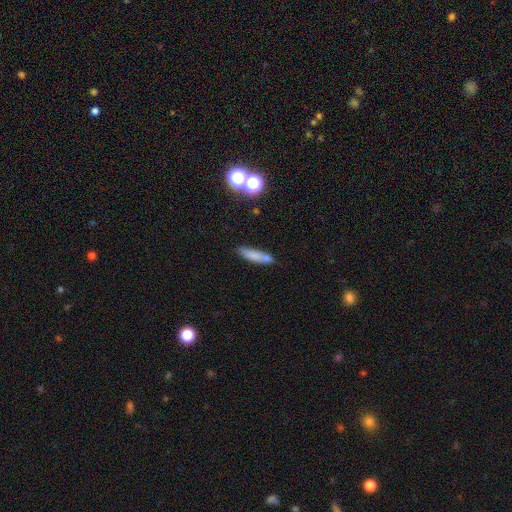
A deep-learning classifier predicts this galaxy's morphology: A smooth galaxy with no disk features (73%) that is cigar-shaped (74%). Merging: none (67%).